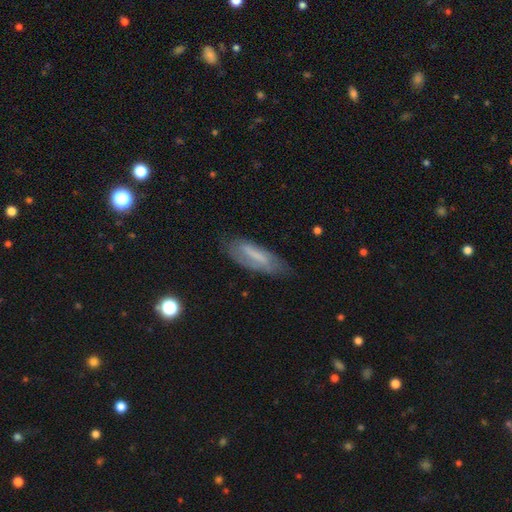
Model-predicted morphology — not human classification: The model was most divided on "smooth or featured": featured or disk: 47%, smooth: 44%, star or artifact: 9%. More confident: merging — none (69%).